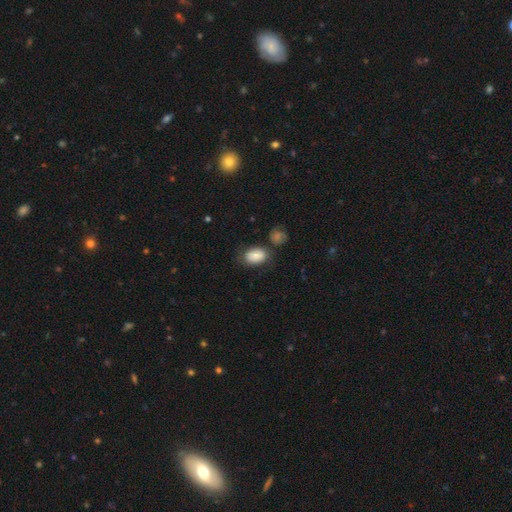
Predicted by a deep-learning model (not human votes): Q: Smooth or featured?
A: smooth (84%); runner-up: featured or disk (8%)
Q: How rounded?
A: in between (86%); runner-up: round (13%)
Q: Merging?
A: none (64%); runner-up: minor disturbance (18%)